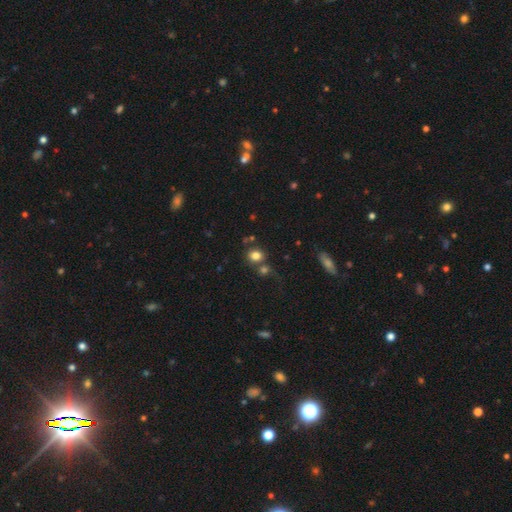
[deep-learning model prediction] A smooth galaxy with no disk features (79%) that is round (69%). Merging: none (56%).